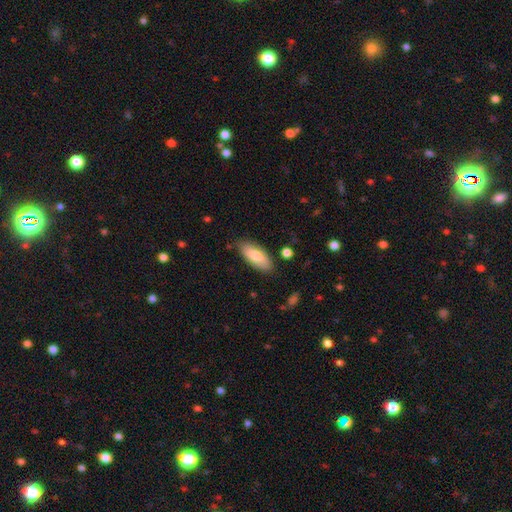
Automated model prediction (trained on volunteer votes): Overall: smooth (79%). How rounded: in between (81%). Merging: none (81%).